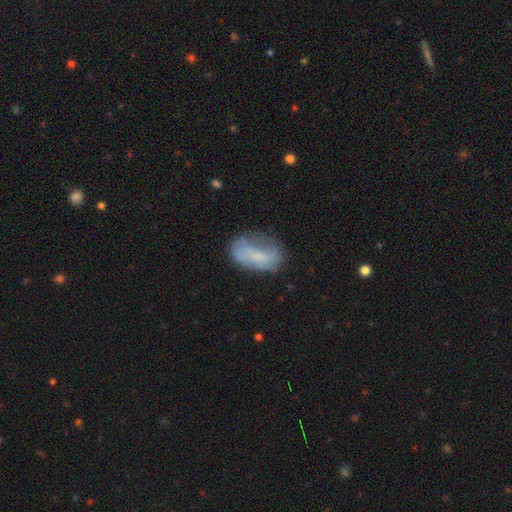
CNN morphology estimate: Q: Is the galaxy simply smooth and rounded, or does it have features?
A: smooth — 58%.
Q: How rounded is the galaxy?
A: in between — 89%.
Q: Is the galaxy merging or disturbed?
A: none — 49%.